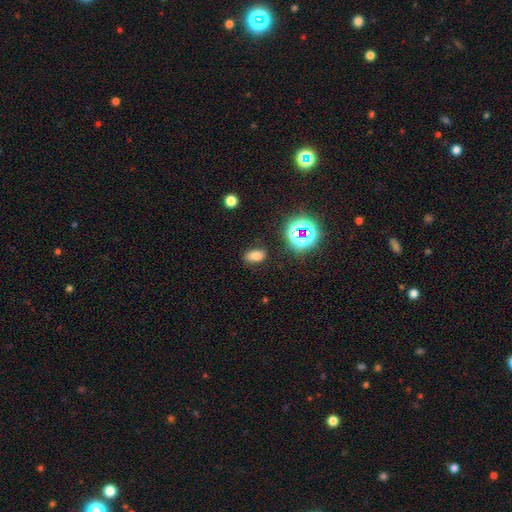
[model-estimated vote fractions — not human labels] Overall: smooth (70%). How rounded: in between (86%). Merging: none (81%).